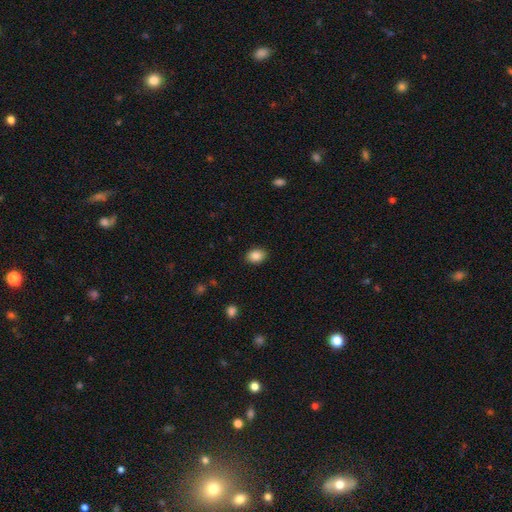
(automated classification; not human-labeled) Smooth or featured? smooth (86%)
How rounded? in between (69%)
Merging? none (88%)